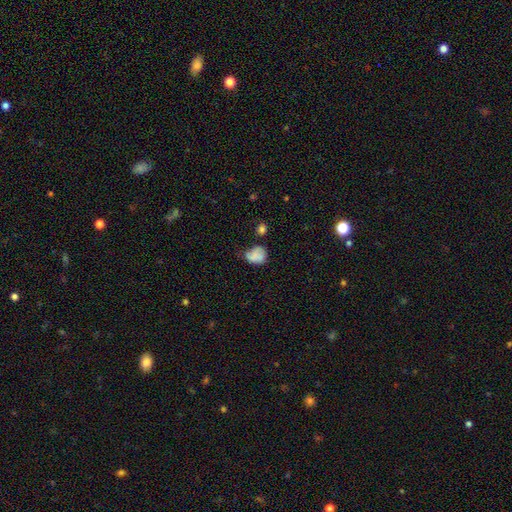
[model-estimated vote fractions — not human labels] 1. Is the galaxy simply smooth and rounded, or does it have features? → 74% smooth, 16% featured or disk, 10% star or artifact.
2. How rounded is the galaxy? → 54% in between, 45% round, 1% cigar-shaped.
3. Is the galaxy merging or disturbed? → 40% minor disturbance, 35% none, 18% major disturbance, 7% merger.